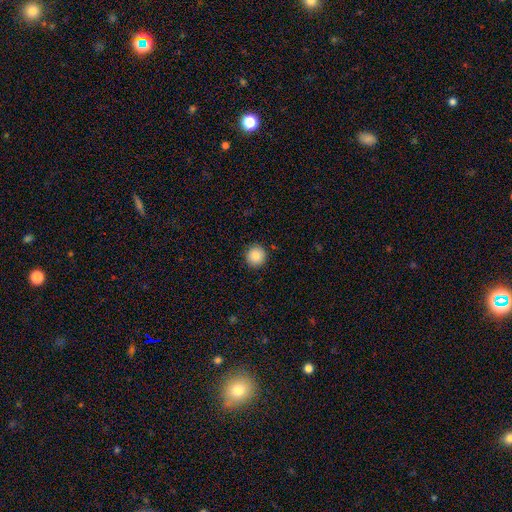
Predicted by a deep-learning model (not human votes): Smooth or featured?
  - smooth: 86% *
  - star or artifact: 9%
  - featured or disk: 5%
How rounded?
  - round: 93% *
  - in between: 6%
  - cigar-shaped: 1%
Merging?
  - none: 90% *
  - minor disturbance: 7%
  - major disturbance: 2%
  - merger: 1%